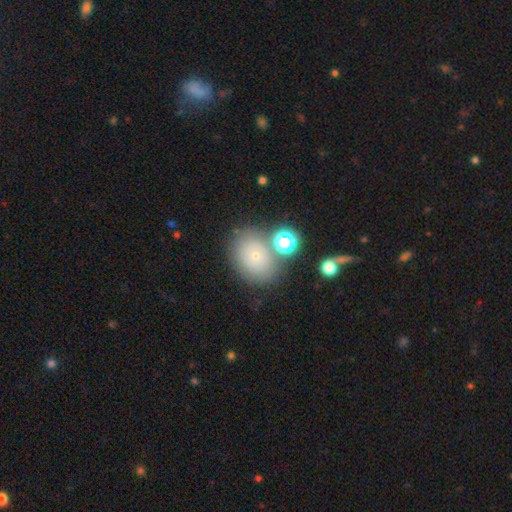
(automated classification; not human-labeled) Smooth or featured? smooth (58%)
How rounded? round (55%)
Merging? none (69%)